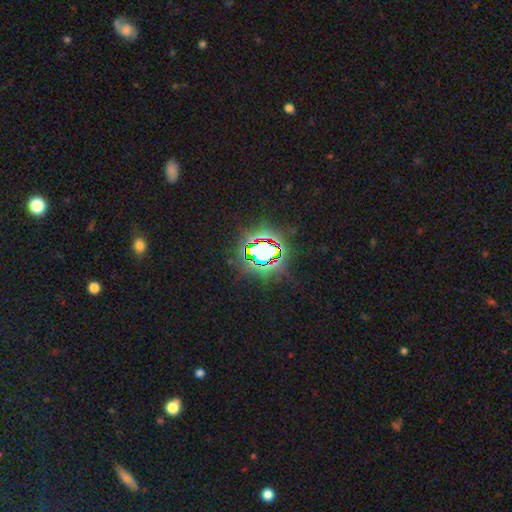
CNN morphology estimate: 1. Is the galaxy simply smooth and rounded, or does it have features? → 80% star or artifact, 12% smooth, 8% featured or disk.